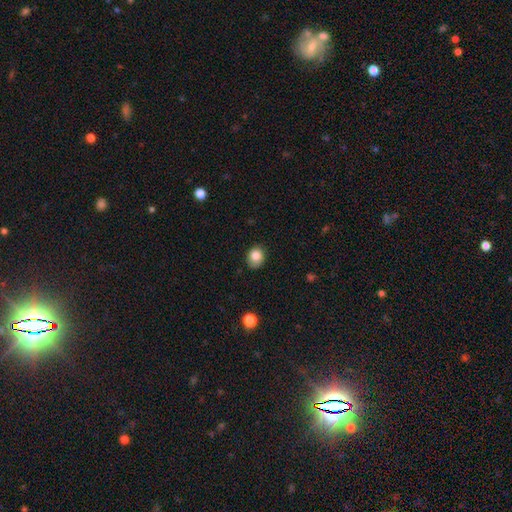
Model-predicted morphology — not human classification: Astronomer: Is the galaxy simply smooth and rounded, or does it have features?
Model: smooth — 83%.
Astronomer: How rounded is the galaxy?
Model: round — 59% (runner-up: in between, 40%).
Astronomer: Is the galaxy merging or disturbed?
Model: none — 81%.